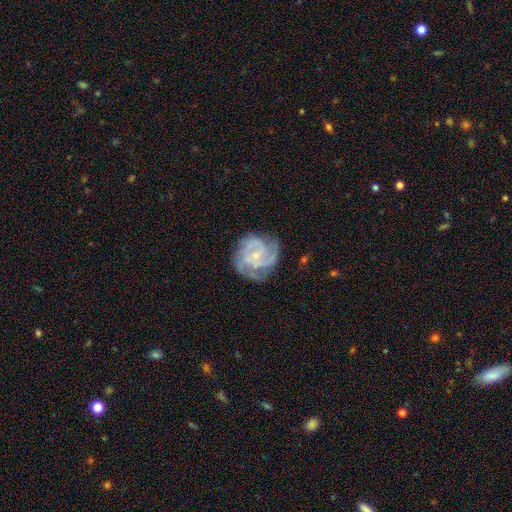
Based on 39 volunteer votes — featured or disk 87%, smooth 10%, star or artifact 3%. Down the decision tree: edge-on disk — no (100%); bar — no (44%); spiral arms — yes (94%); spiral arm count — 3 (44%); spiral winding — medium (62%); bulge size — small (94%); merging — none (71%).